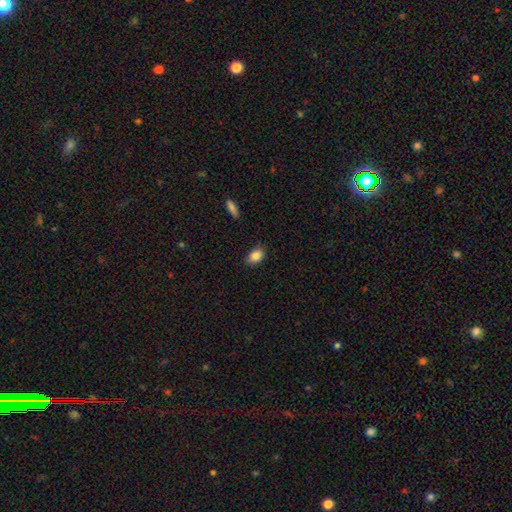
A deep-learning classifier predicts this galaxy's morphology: Smooth or featured? smooth (85%)
How rounded? in between (84%)
Merging? none (78%)